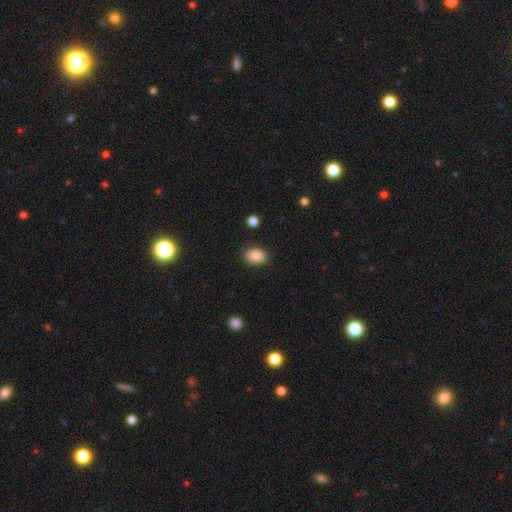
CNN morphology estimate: Smooth or featured? smooth (87%)
How rounded? in between (78%)
Merging? none (85%)